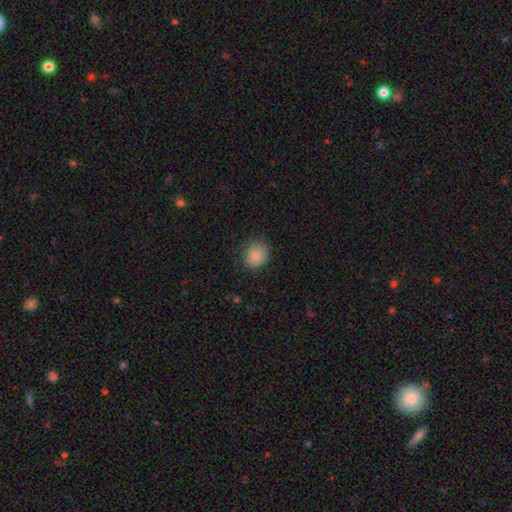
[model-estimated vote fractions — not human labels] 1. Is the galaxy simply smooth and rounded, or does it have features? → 84% smooth, 9% star or artifact, 8% featured or disk.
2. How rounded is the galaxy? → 79% round, 20% in between, 1% cigar-shaped.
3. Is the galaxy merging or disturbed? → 74% none, 20% minor disturbance, 5% major disturbance, 1% merger.